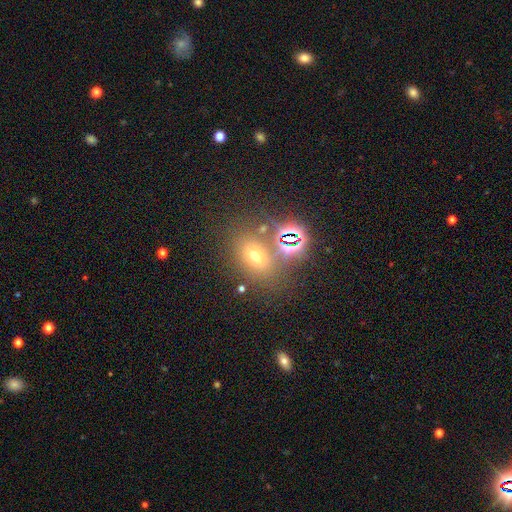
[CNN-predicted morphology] smooth_or_featured: smooth (p=0.53) [alt: star or artifact p=0.31]
how_rounded: in between (p=0.62) [alt: round p=0.36]
merging: none (p=0.64) [alt: merger p=0.16]